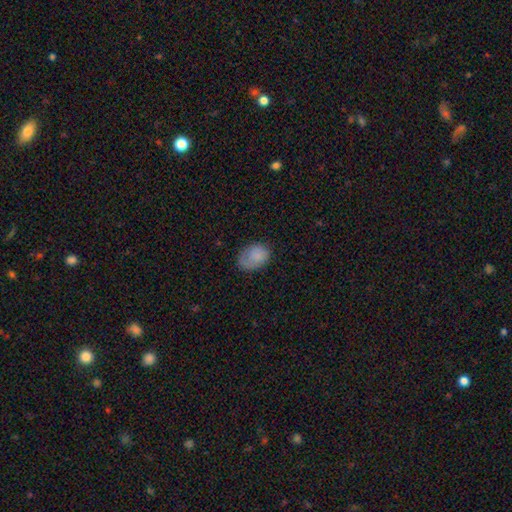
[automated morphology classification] The model was most divided on "merging": none: 57%, minor disturbance: 28%, major disturbance: 13%, merger: 2%. More confident: smooth or featured — smooth (79%); how rounded — in between (75%).